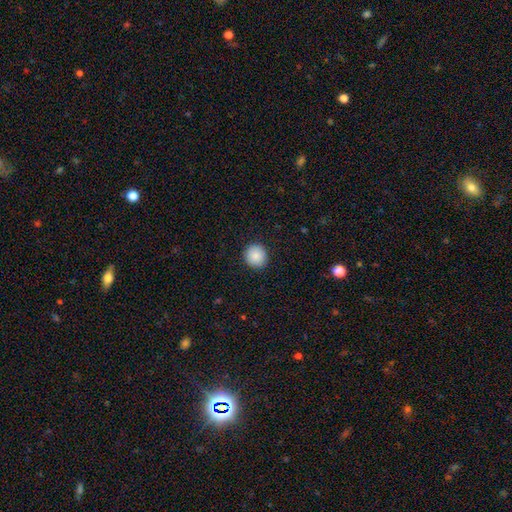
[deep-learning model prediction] Q: Smooth or featured?
A: smooth (89%); runner-up: star or artifact (8%)
Q: How rounded?
A: round (91%); runner-up: in between (8%)
Q: Merging?
A: none (92%); runner-up: minor disturbance (5%)